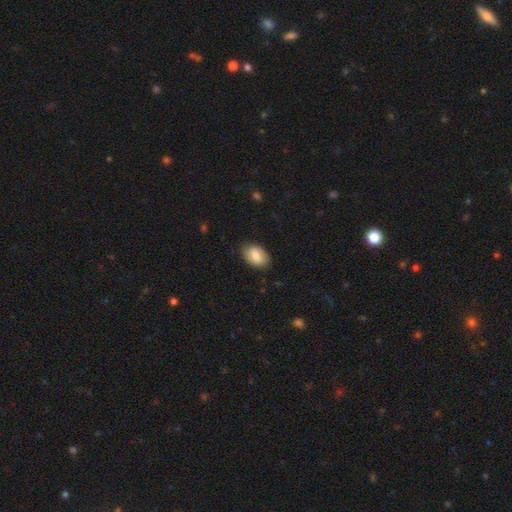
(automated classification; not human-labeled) This is clearly a smooth galaxy (82%). How rounded: clearly in between (89%). Merging: clearly none (83%).